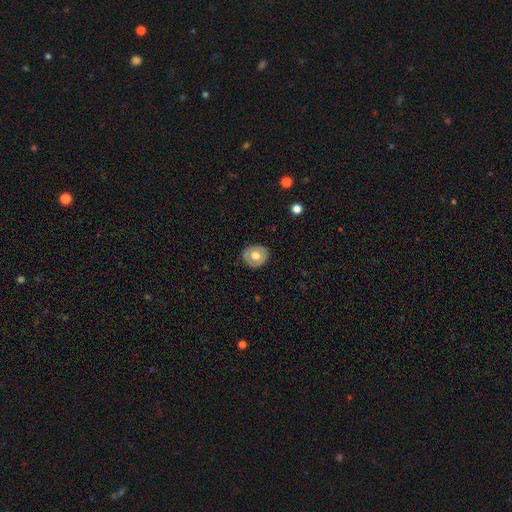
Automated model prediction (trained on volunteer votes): Morphology: type=smooth (61%); roundness=round (77%); merging=none (86%).